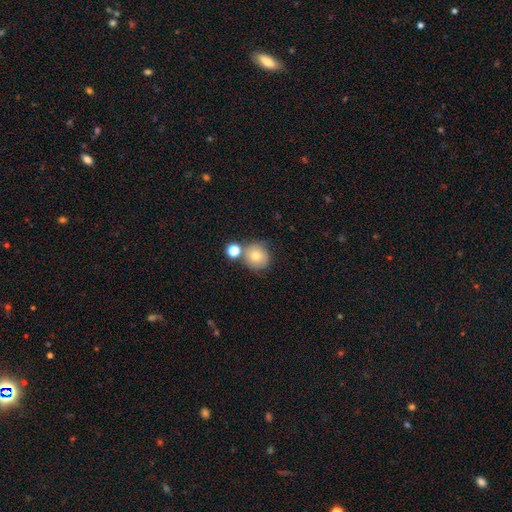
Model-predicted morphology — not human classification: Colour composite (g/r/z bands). It shows a smooth galaxy with no disk features (74%) that is round (91%). Merging: none (66%).